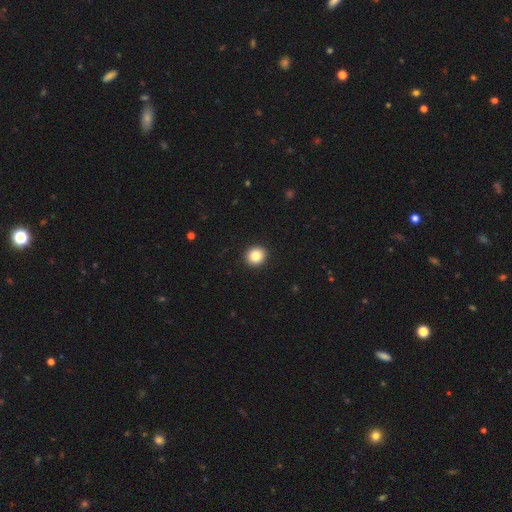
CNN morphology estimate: smooth_or_featured: smooth (p=0.85) [alt: star or artifact p=0.09]
how_rounded: round (p=0.89) [alt: in between p=0.10]
merging: none (p=0.93) [alt: minor disturbance p=0.04]